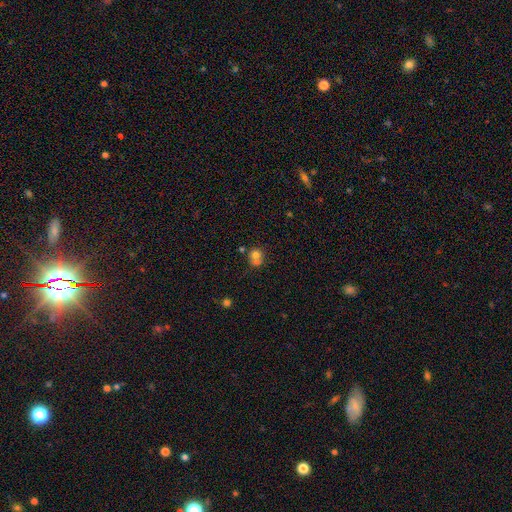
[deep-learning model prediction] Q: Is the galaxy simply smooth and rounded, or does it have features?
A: smooth — 70%.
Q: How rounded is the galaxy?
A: round — 78%.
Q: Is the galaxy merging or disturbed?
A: merger — 45%.